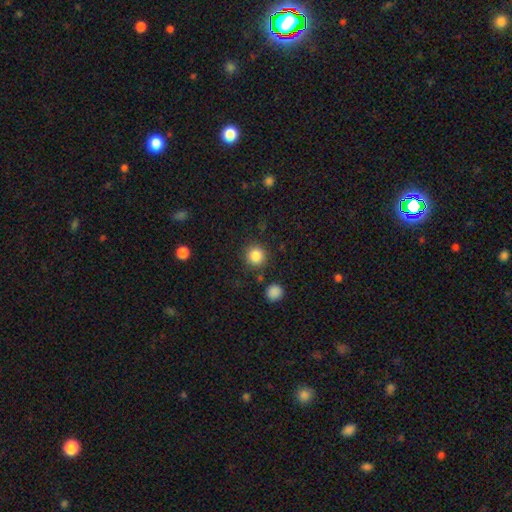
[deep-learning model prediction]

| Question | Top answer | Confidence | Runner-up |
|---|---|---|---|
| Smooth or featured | smooth | 86% | star or artifact (10%) |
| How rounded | round | 94% | in between (5%) |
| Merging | none | 86% | minor disturbance (7%) |